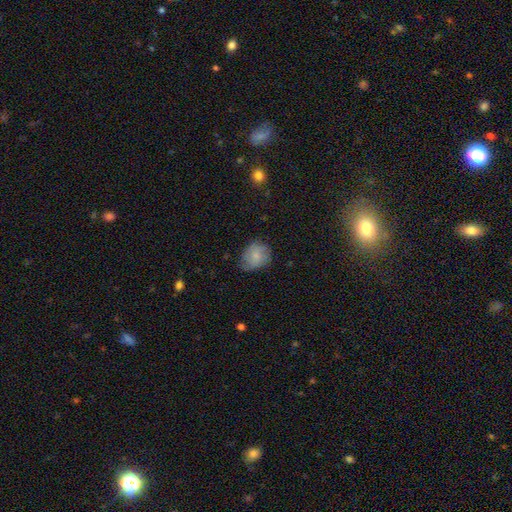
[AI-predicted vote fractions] The model was most divided on "how rounded": round: 55%, in between: 44%, cigar-shaped: 1%. More confident: smooth or featured — smooth (73%); merging — none (68%).